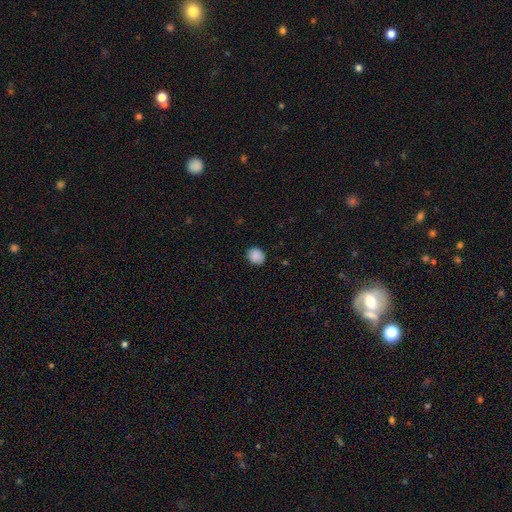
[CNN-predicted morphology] Q: Smooth or featured?
A: smooth (88%); runner-up: star or artifact (8%)
Q: How rounded?
A: round (72%); runner-up: in between (27%)
Q: Merging?
A: none (86%); runner-up: minor disturbance (11%)